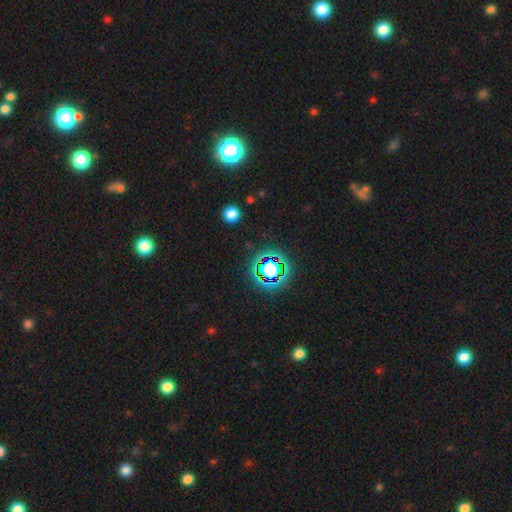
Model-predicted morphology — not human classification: This is likely a star or artifact rather than a galaxy (79%).